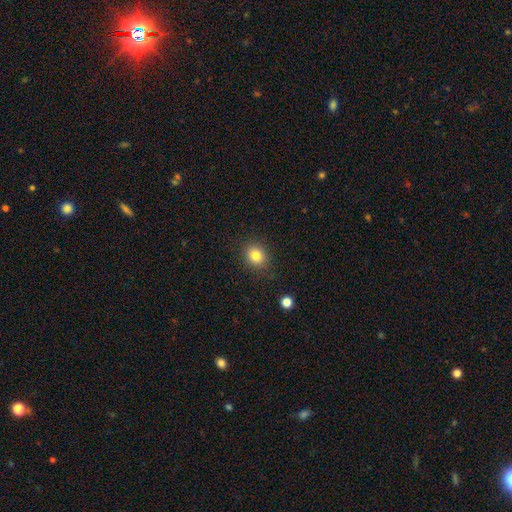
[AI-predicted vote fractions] smooth 82%, star or artifact 11%, featured or disk 7%. Down the decision tree: how rounded — round (65%); merging — none (86%).